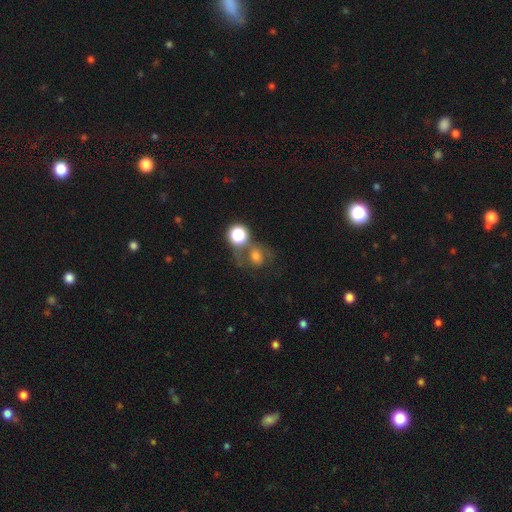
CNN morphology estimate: type=smooth (51%); roundness=round (68%); merging=none (40%).